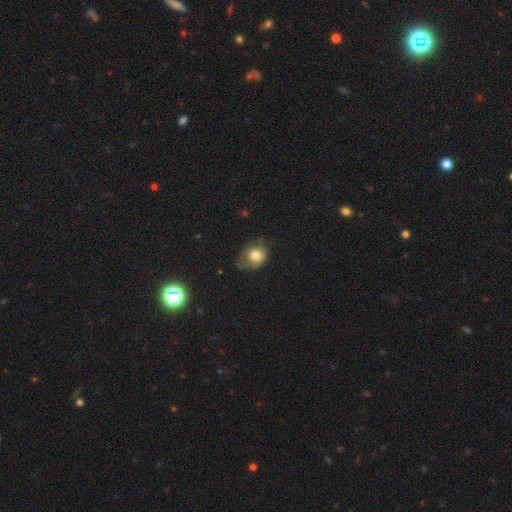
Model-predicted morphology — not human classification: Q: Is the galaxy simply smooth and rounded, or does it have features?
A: smooth — 75%.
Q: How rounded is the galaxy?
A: round — 59%.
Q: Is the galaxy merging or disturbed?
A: none — 42%.